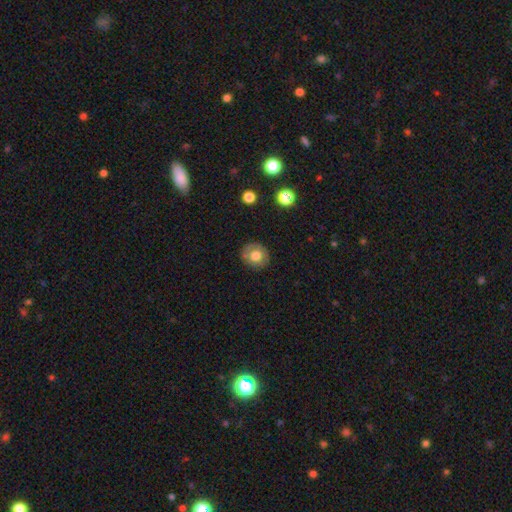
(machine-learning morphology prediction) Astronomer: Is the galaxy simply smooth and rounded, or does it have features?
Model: smooth — 72%.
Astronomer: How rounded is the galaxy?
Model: round — 81%.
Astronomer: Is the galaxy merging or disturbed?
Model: none — 85%.